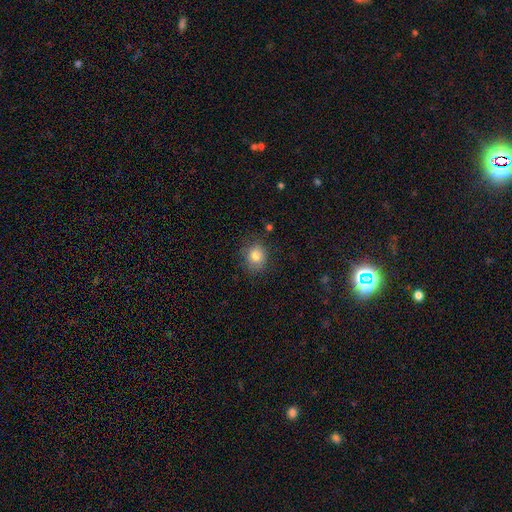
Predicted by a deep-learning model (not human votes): Smooth or featured? Predicted: smooth (p=0.83). How rounded? Predicted: round (p=0.71). Merging? Predicted: none (p=0.79).